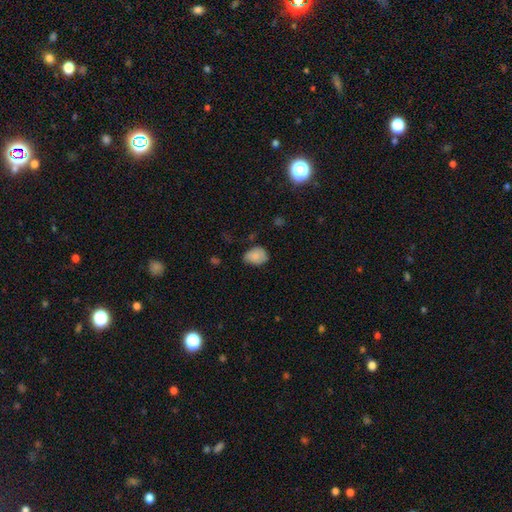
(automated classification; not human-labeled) Smooth or featured?
  - smooth: 83% *
  - featured or disk: 9%
  - star or artifact: 9%
How rounded?
  - in between: 71% *
  - round: 28%
  - cigar-shaped: 1%
Merging?
  - none: 57% *
  - minor disturbance: 34%
  - major disturbance: 7%
  - merger: 2%